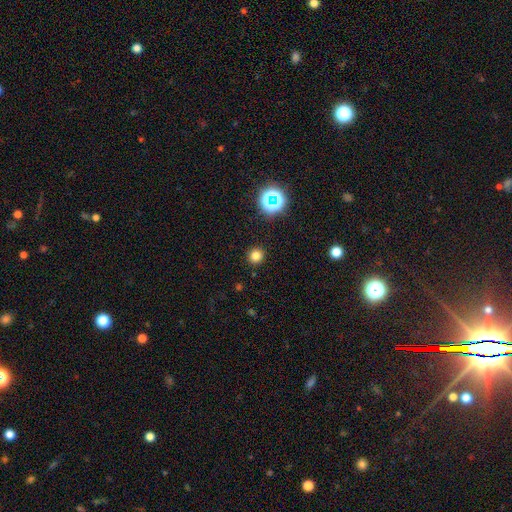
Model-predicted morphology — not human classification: smooth 77%, star or artifact 18%, featured or disk 5%. Down the decision tree: how rounded — round (93%); merging — none (92%).